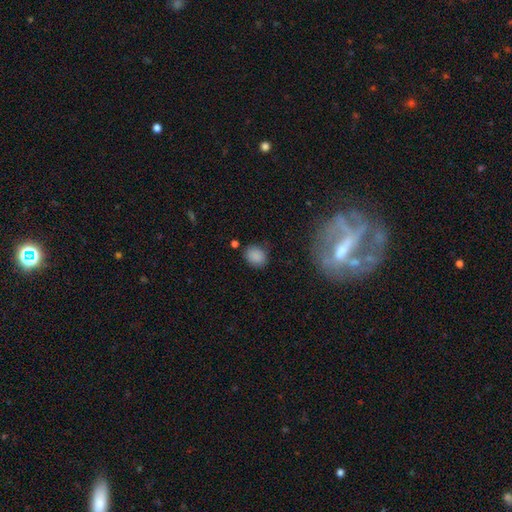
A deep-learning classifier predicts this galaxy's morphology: This is clearly a smooth galaxy (86%). How rounded: possibly round (53%). Merging: likely none (77%).